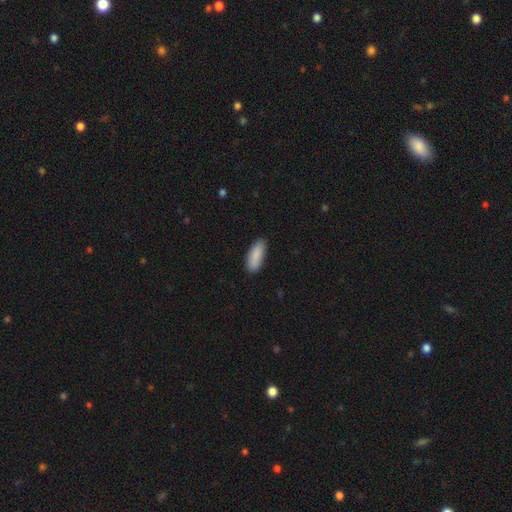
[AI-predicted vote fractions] Smooth or featured? smooth (89%)
How rounded? in between (71%)
Merging? none (84%)